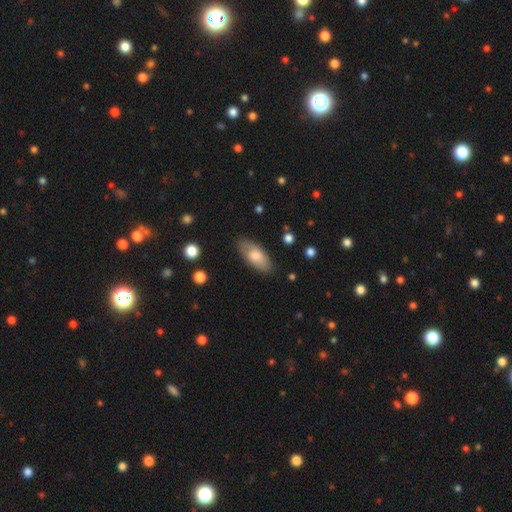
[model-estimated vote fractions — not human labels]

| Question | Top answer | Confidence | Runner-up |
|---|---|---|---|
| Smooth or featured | smooth | 75% | featured or disk (20%) |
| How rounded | in between | 88% | cigar-shaped (9%) |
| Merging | none | 82% | minor disturbance (14%) |